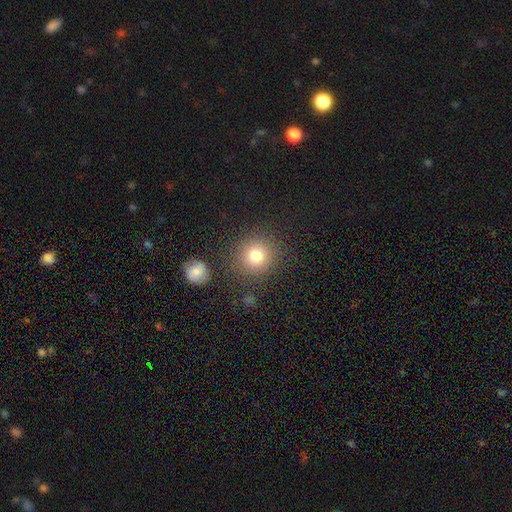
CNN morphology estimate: Q: Smooth or featured?
A: smooth (80%); runner-up: star or artifact (13%)
Q: How rounded?
A: round (91%); runner-up: in between (8%)
Q: Merging?
A: none (85%); runner-up: minor disturbance (8%)